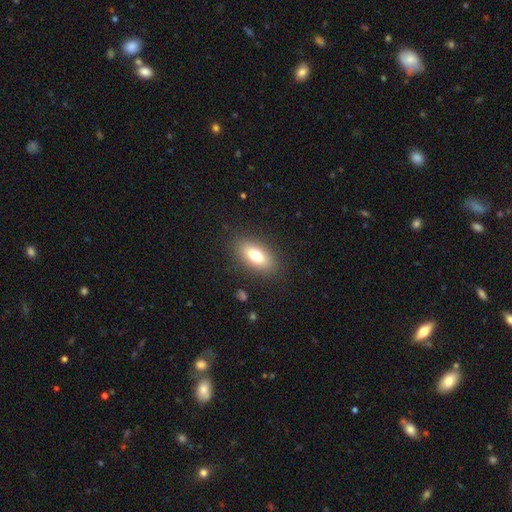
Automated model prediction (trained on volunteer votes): Morphology: type=smooth (75%); roundness=in between (85%); merging=none (86%).